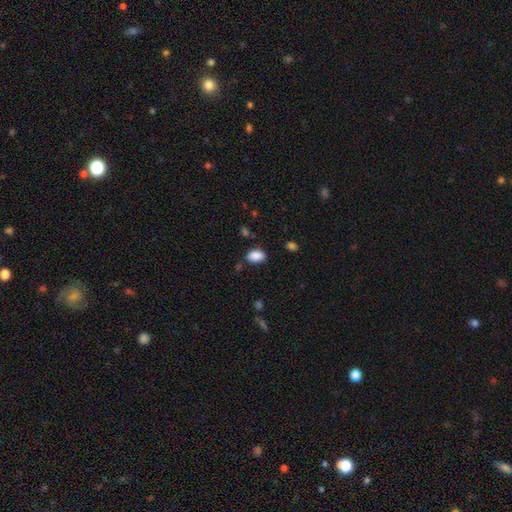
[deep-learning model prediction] smooth_or_featured: smooth (p=0.88) [alt: star or artifact p=0.08]
how_rounded: in between (p=0.86) [alt: round p=0.13]
merging: none (p=0.79) [alt: minor disturbance p=0.15]